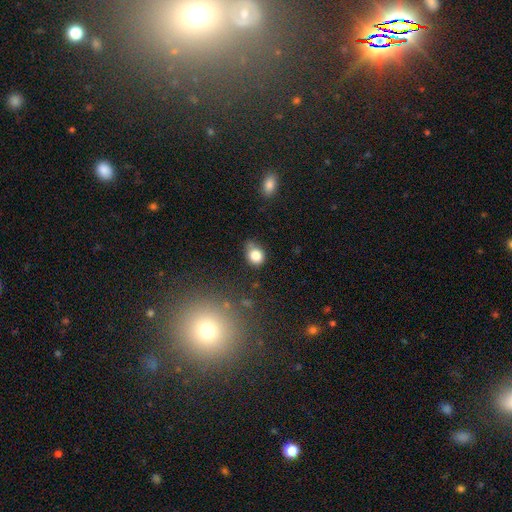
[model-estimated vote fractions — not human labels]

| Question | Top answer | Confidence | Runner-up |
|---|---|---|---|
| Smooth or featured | smooth | 80% | star or artifact (11%) |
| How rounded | round | 53% | in between (46%) |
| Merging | none | 54% | minor disturbance (33%) |